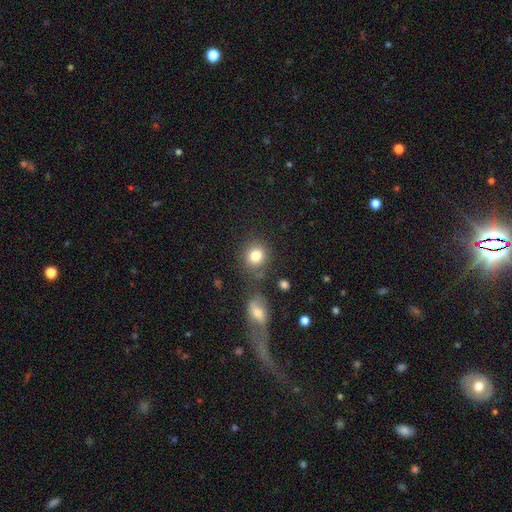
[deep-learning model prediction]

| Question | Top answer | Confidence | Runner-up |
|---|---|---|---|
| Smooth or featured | smooth | 82% | star or artifact (10%) |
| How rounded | round | 80% | in between (18%) |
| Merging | none | 75% | minor disturbance (12%) |